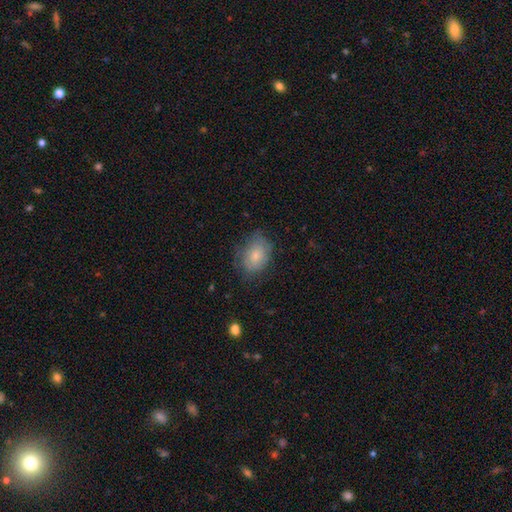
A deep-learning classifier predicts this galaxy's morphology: smooth_or_featured: smooth (p=0.75) [alt: featured or disk p=0.17]
how_rounded: in between (p=0.76) [alt: round p=0.22]
merging: none (p=0.63) [alt: minor disturbance p=0.27]